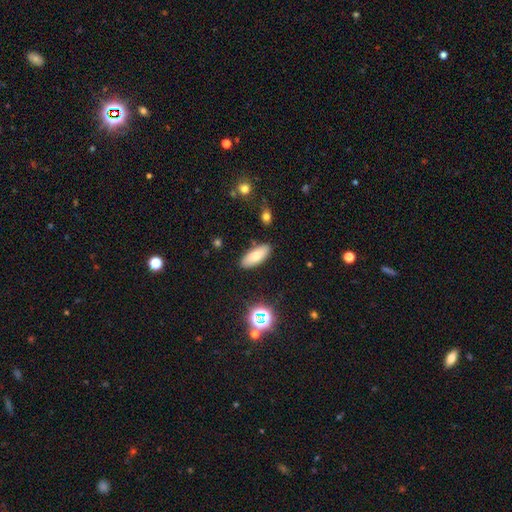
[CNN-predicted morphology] smooth 74%, featured or disk 16%, star or artifact 9%. Down the decision tree: how rounded — in between (79%); merging — none (86%).